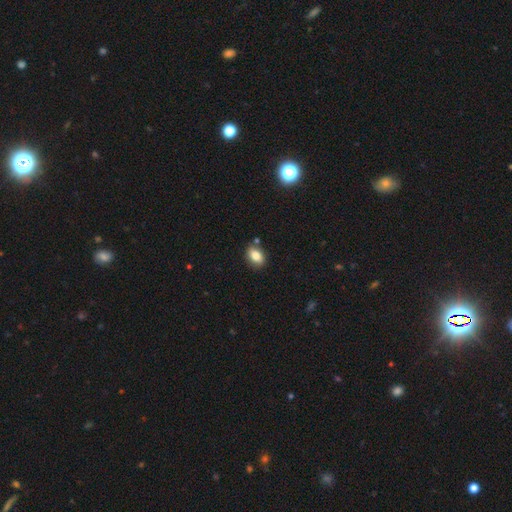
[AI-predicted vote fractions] Smooth or featured? Predicted: smooth (p=0.83). How rounded? Predicted: in between (p=0.81). Merging? Predicted: none (p=0.80).